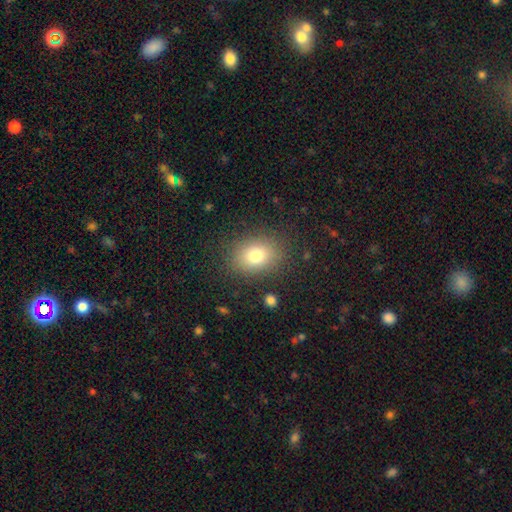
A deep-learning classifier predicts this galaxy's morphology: Smooth or featured?
  - smooth: 77% *
  - star or artifact: 12%
  - featured or disk: 11%
How rounded?
  - in between: 59% *
  - round: 40%
  - cigar-shaped: 1%
Merging?
  - none: 84% *
  - minor disturbance: 10%
  - major disturbance: 5%
  - merger: 2%